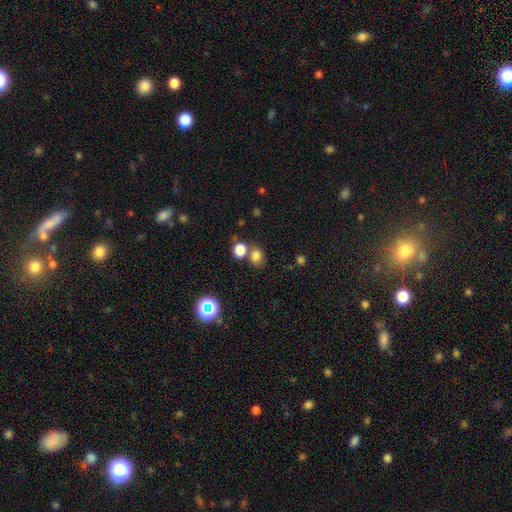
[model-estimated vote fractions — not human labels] Smooth or featured? Predicted: smooth (p=0.78). How rounded? Predicted: round (p=0.66). Merging? Predicted: none (p=0.60).